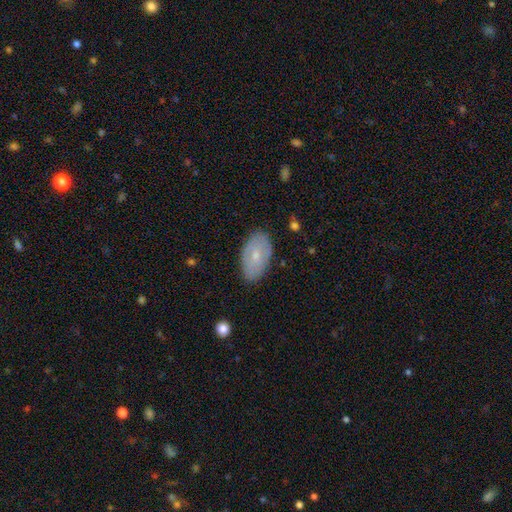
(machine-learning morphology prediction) This appears to be a smooth galaxy with no disk features (56%) that is in between round and cigar-shaped (93%). Merging: none (81%).